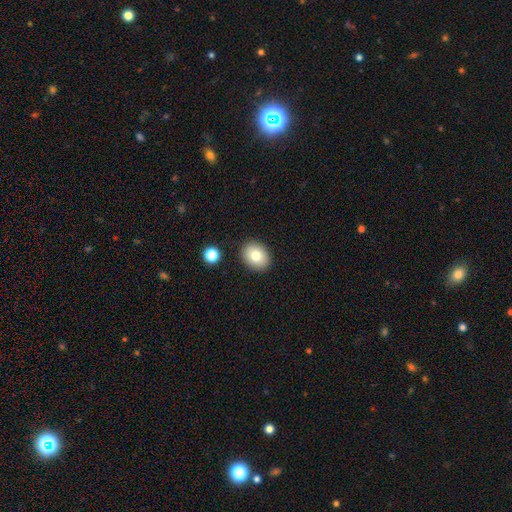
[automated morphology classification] type=smooth (80%); roundness=in between (55%); merging=none (88%).